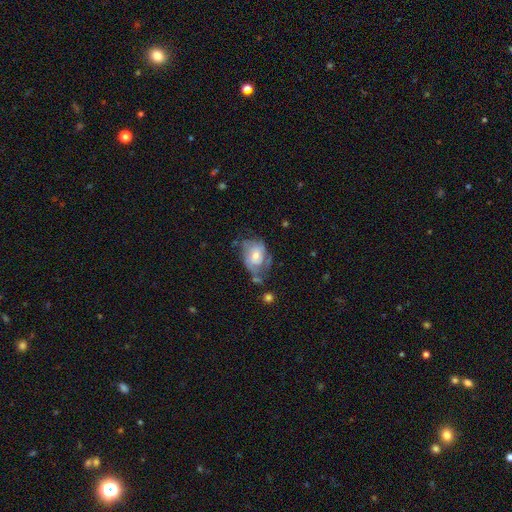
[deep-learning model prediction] Morphology: type=featured or disk (55%); edge-on=no (96%); bar=no (74%); spiral arms=yes (64%); bulge=moderate (52%); merging=none (36%).